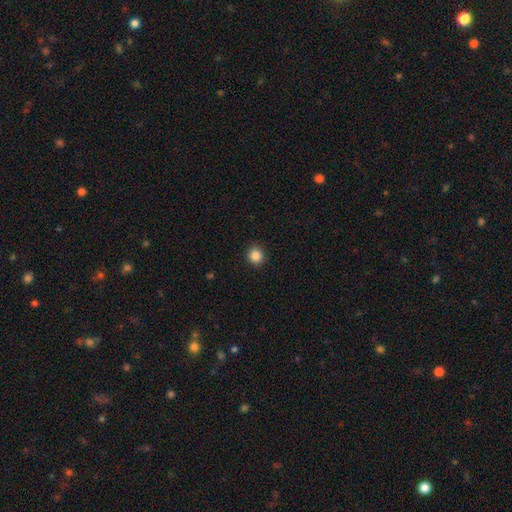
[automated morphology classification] Smooth or featured: smooth — 85% (star or artifact — 11%)
How rounded: round — 91% (in between — 8%)
Merging: none — 92% (minor disturbance — 5%)